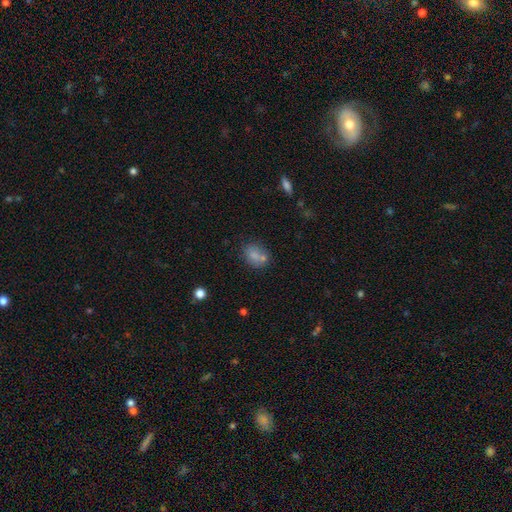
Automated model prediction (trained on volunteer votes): smooth 73%, featured or disk 16%, star or artifact 11%. Down the decision tree: how rounded — in between (58%); merging — none (53%).